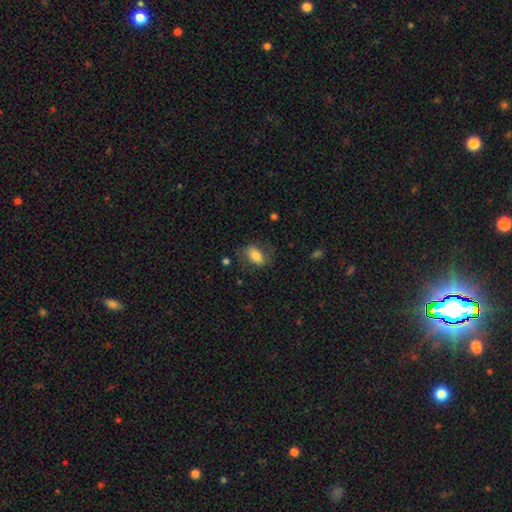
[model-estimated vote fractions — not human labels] Smooth or featured: smooth — 71% (featured or disk — 21%)
How rounded: in between — 87% (round — 9%)
Merging: none — 67% (minor disturbance — 20%)